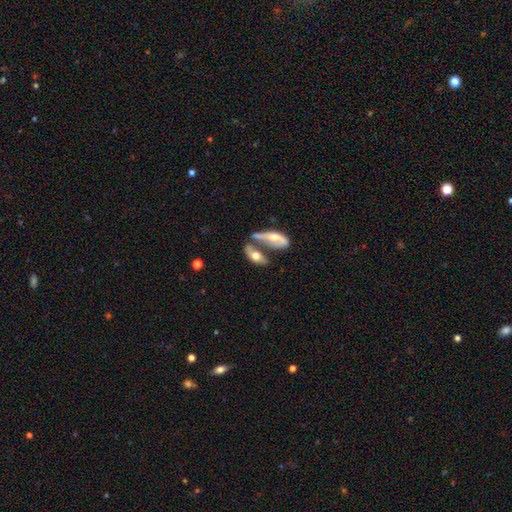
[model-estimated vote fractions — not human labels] Smooth or featured: smooth — 57% (featured or disk — 37%)
How rounded: in between — 75% (cigar-shaped — 21%)
Merging: merger — 55% (none — 26%)